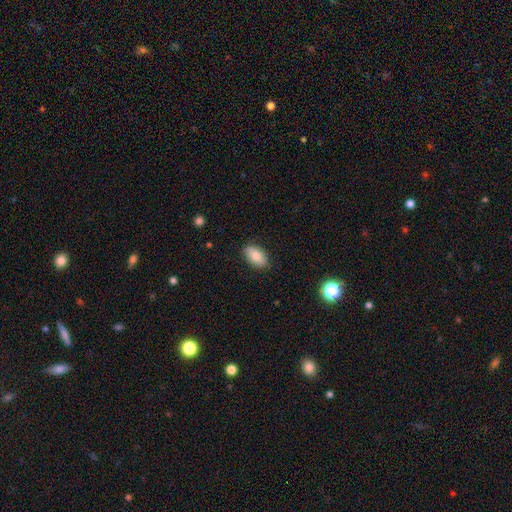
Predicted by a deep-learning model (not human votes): Q: Smooth or featured?
A: smooth (79%); runner-up: featured or disk (14%)
Q: How rounded?
A: in between (92%); runner-up: round (5%)
Q: Merging?
A: none (86%); runner-up: minor disturbance (11%)